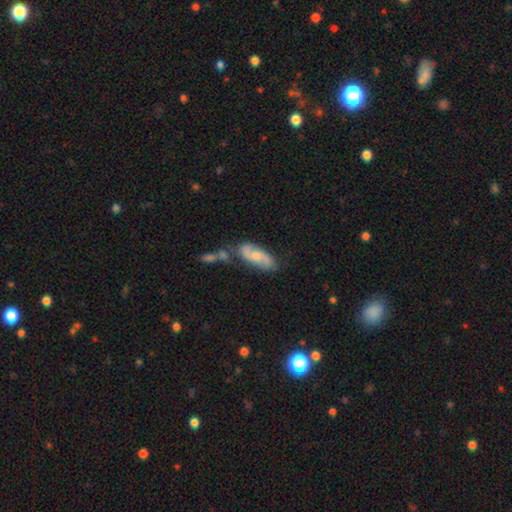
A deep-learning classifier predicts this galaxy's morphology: A featured or disk galaxy (59%) with no bar (59%), spiral arms (88%) and a moderate central bulge (58%). Merging: none (53%).